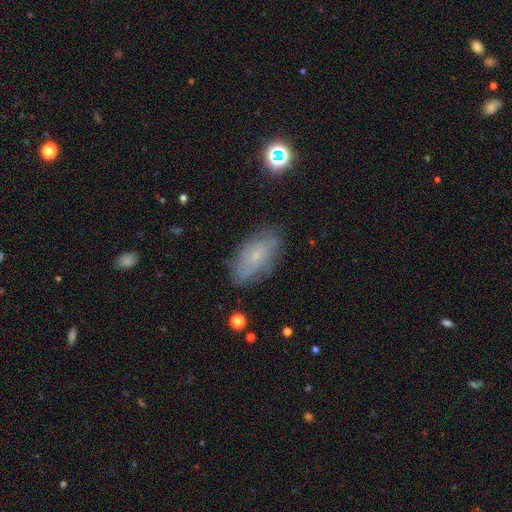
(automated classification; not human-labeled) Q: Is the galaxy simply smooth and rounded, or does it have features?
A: smooth — 52%.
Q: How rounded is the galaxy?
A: in between — 89%.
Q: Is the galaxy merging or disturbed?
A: none — 78%.